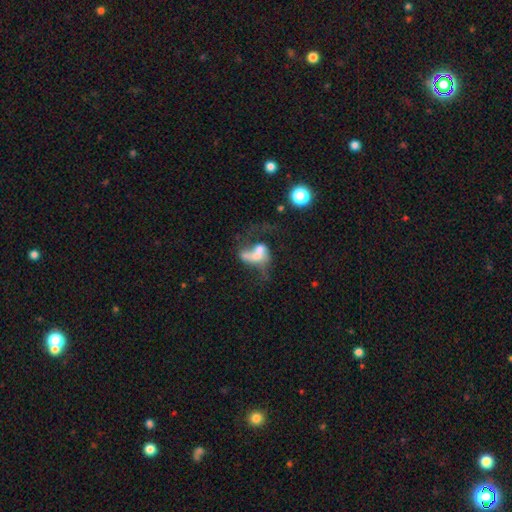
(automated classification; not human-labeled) Overall: featured or disk (48%; smooth 39%). Merging: merger (56%; major disturbance 24%).